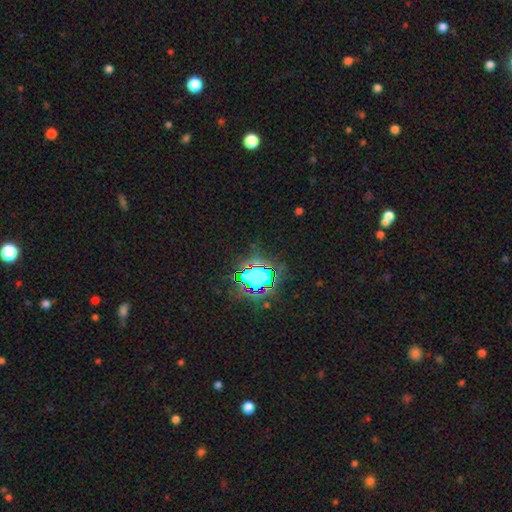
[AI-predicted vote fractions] Smooth or featured? Predicted: star or artifact (p=0.79).